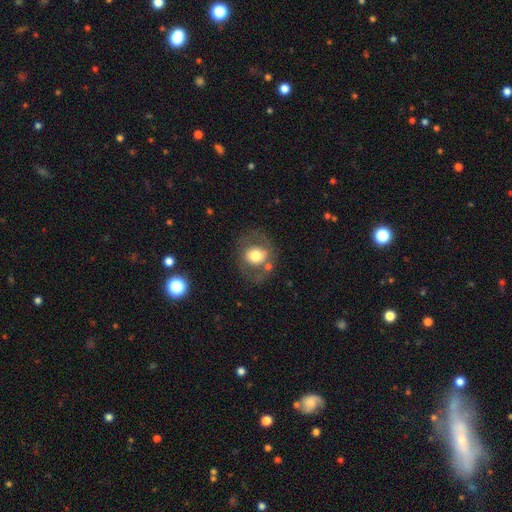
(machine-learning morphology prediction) Smooth or featured?
  - smooth: 55% *
  - featured or disk: 37%
  - star or artifact: 8%
How rounded?
  - round: 67% *
  - in between: 32%
  - cigar-shaped: 1%
Merging?
  - none: 68% *
  - minor disturbance: 16%
  - major disturbance: 11%
  - merger: 6%